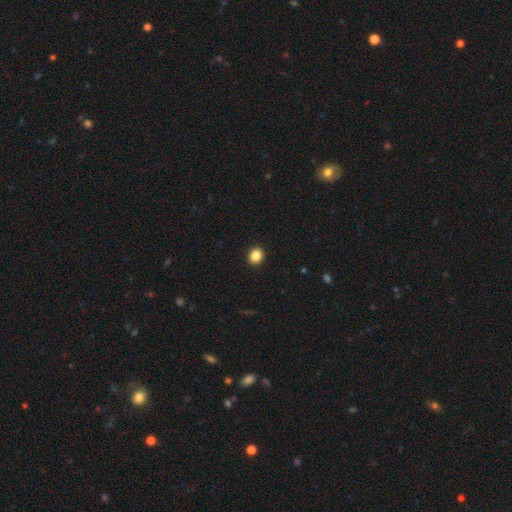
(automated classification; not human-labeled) Morphology: type=smooth (87%); roundness=round (65%); merging=none (92%).